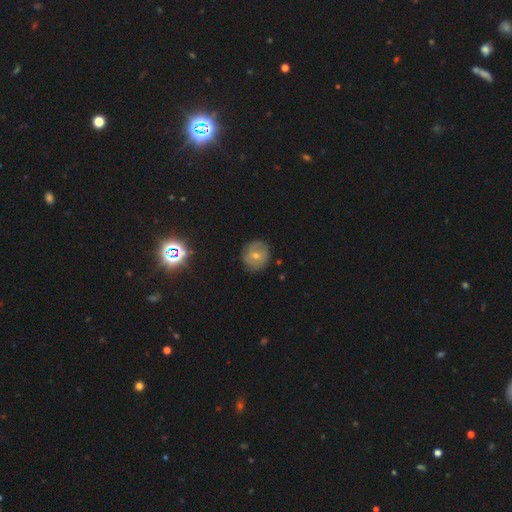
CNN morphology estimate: smooth 52%, featured or disk 37%, star or artifact 11%. Down the decision tree: how rounded — round (89%); merging — none (83%).